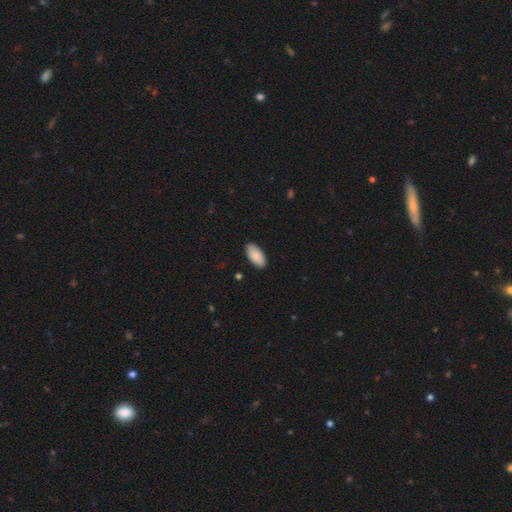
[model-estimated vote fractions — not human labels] Morphology: type=smooth (90%); roundness=in between (94%); merging=none (89%).